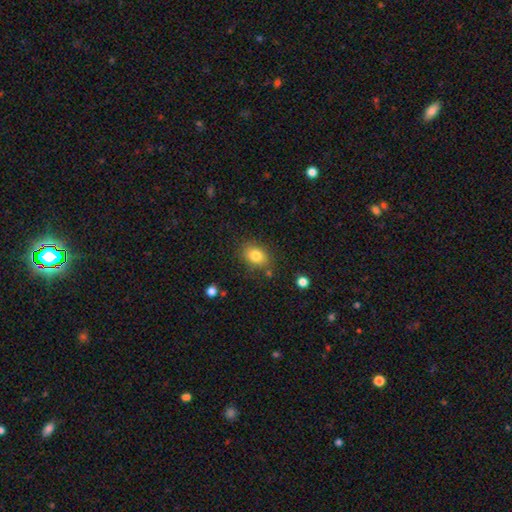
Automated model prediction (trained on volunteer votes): This appears to be a smooth galaxy with no disk features (82%) that is in between round and cigar-shaped (72%). Merging: none (78%).